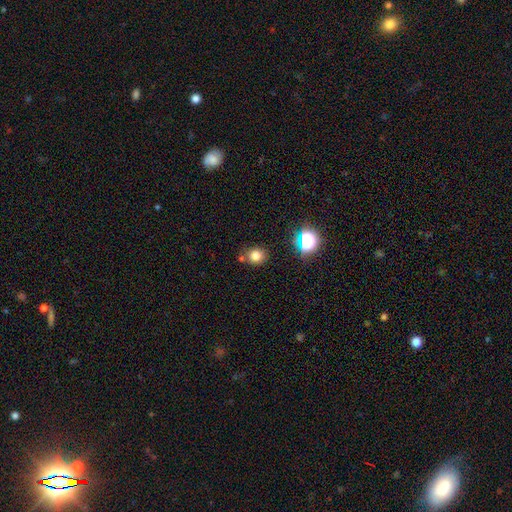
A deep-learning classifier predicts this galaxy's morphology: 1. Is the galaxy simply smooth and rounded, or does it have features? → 76% smooth, 17% star or artifact, 7% featured or disk.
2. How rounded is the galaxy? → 74% round, 25% in between, 1% cigar-shaped.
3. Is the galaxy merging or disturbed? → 76% none, 12% minor disturbance, 9% merger, 3% major disturbance.